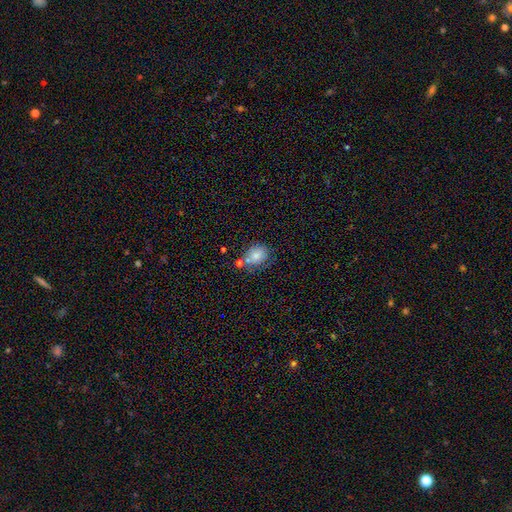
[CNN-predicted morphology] This appears to be a smooth galaxy with no disk features (78%) that is round (53%). Merging: none (59%).